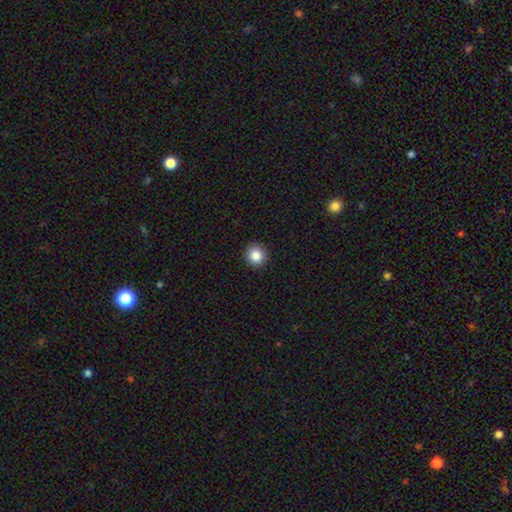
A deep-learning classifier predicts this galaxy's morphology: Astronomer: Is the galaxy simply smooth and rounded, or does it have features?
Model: smooth — 85%.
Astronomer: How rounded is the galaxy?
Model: round — 92%.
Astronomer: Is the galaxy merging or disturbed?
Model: none — 92%.